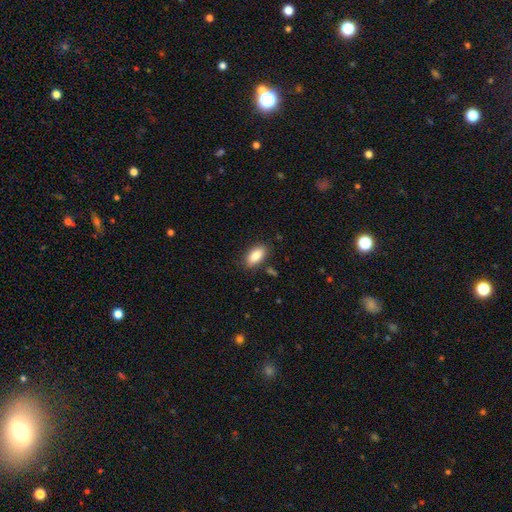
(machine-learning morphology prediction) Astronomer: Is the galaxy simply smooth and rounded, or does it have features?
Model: smooth — 87%.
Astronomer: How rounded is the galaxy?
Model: in between — 90%.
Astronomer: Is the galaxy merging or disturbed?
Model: none — 85%.